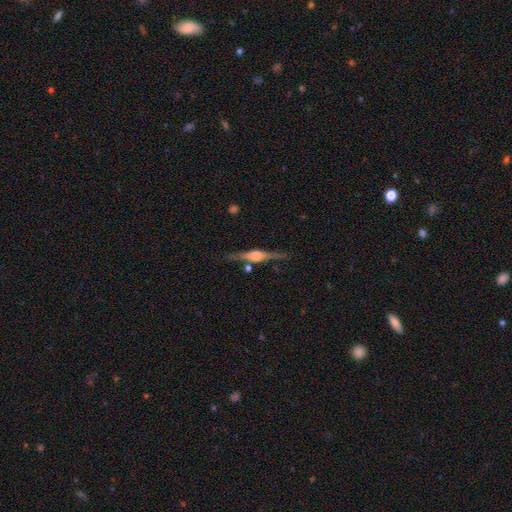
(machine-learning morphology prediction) Overall: featured or disk (82%). Edge-on disk: yes (98%). Edge-on bulge: rounded (86%). Merging: none (83%).